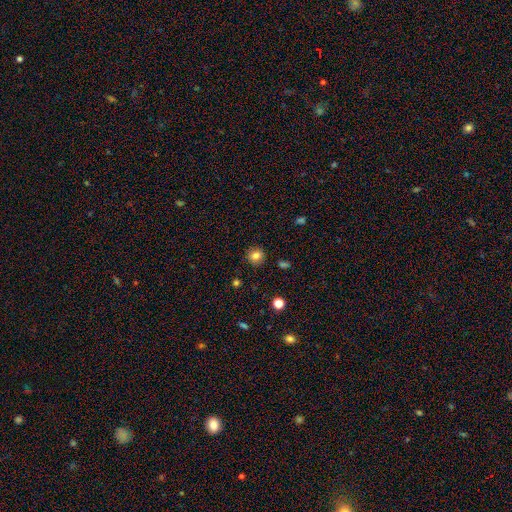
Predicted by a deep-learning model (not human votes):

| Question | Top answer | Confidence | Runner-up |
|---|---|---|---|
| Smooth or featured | smooth | 82% | star or artifact (11%) |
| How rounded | round | 90% | in between (9%) |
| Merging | none | 88% | minor disturbance (8%) |